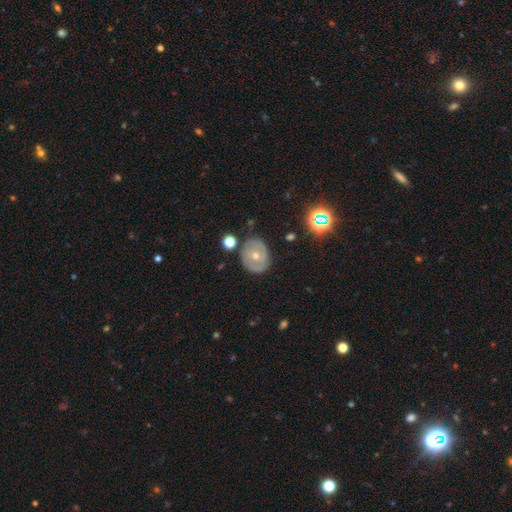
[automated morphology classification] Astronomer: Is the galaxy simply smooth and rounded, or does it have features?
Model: featured or disk — 61%.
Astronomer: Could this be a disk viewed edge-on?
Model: no — 96%.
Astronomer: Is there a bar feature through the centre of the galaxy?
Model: no — 74%.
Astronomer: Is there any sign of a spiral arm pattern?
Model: yes — 64%.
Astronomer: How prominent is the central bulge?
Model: moderate — 61% (runner-up: small, 36%).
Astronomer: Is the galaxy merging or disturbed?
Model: none — 76%.